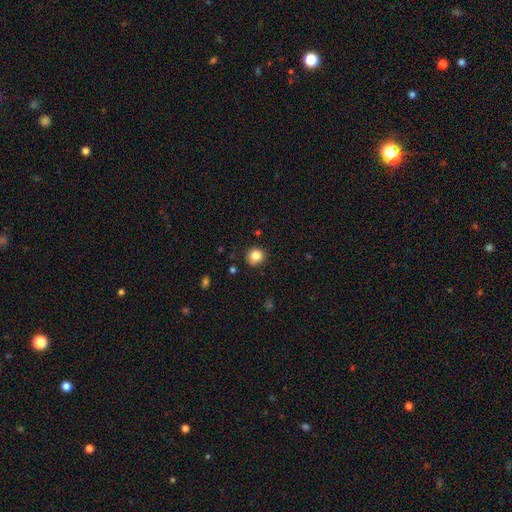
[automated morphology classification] A smooth galaxy with no disk features (84%) that is round (86%).

Vote fractions:
- Smooth or featured? smooth: 84% / star or artifact: 11% / featured or disk: 6%
- How rounded? round: 86% / in between: 13% / cigar-shaped: 1%
- Merging? none: 87% / minor disturbance: 9% / major disturbance: 2% / merger: 1%